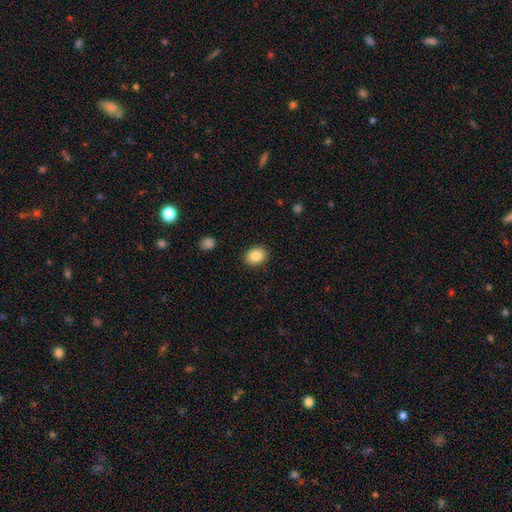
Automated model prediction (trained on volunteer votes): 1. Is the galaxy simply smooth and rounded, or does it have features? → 85% smooth, 8% star or artifact, 6% featured or disk.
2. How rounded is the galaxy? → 55% in between, 44% round, 1% cigar-shaped.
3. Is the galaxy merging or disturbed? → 88% none, 9% minor disturbance, 2% major disturbance, 1% merger.